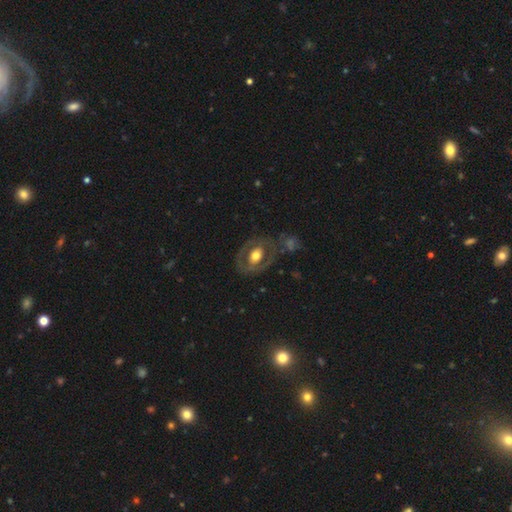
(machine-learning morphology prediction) smooth_or_featured: featured or disk (p=0.57) [alt: smooth p=0.37]
disk_edge_on: no (p=0.94) [alt: yes p=0.06]
bar: no (p=0.71) [alt: weak p=0.20]
has_spiral_arms: no (p=0.78) [alt: yes p=0.22]
bulge_size: moderate (p=0.57) [alt: large p=0.34]
merging: none (p=0.68) [alt: minor disturbance p=0.17]